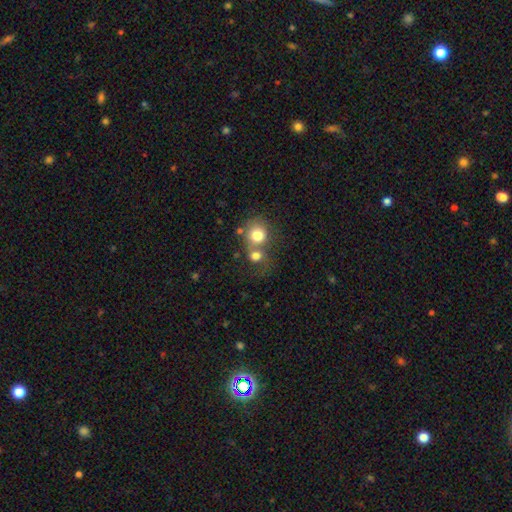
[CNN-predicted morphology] A smooth galaxy with no disk features (75%) that is round (76%).

Vote fractions:
- Smooth or featured? smooth: 75% / featured or disk: 15% / star or artifact: 11%
- How rounded? round: 76% / in between: 23% / cigar-shaped: 1%
- Merging? merger: 60% / none: 26% / minor disturbance: 7% / major disturbance: 6%